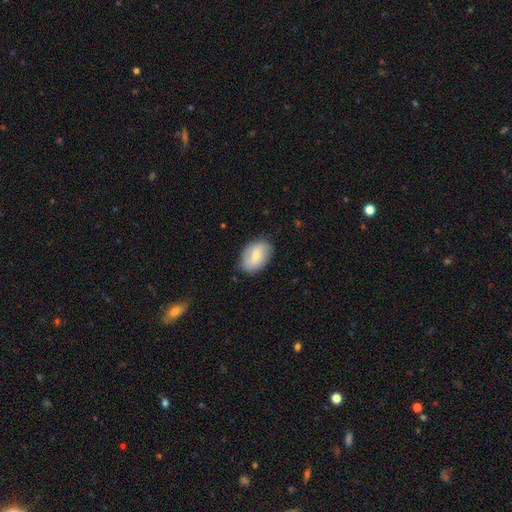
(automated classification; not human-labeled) A smooth galaxy with no disk features (51%) that is in between round and cigar-shaped (81%). Merging: none (81%).